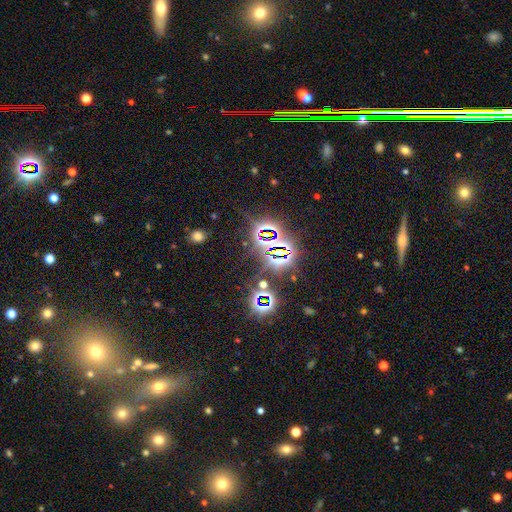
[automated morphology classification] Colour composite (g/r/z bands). It shows a star or artifact, not a galaxy (79%).